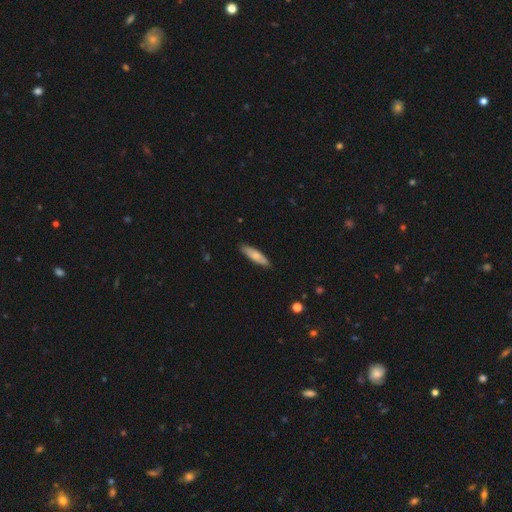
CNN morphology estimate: This is likely a smooth galaxy (75%). How rounded: likely cigar-shaped (63%). Merging: clearly none (85%).